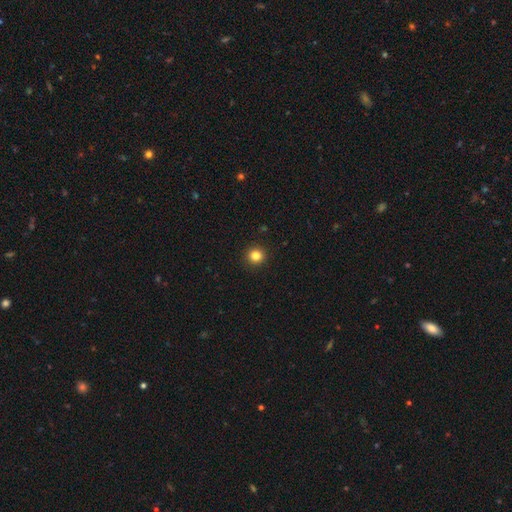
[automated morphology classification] smooth-or-featured: smooth: 84% | star or artifact: 12% | featured or disk: 5%
  how-rounded: round: 92% | in between: 7% | cigar-shaped: 1%
  merging: none: 93% | minor disturbance: 5% | major disturbance: 2% | merger: 1%